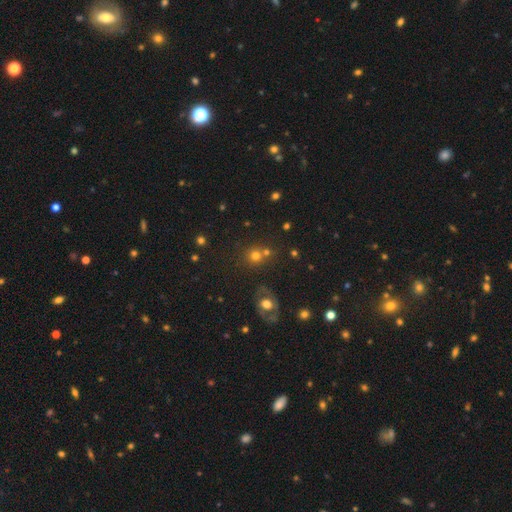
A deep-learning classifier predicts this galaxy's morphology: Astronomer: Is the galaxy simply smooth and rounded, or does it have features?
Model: smooth — 69%.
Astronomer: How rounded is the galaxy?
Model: round — 86%.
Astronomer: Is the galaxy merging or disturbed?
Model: none — 62%.